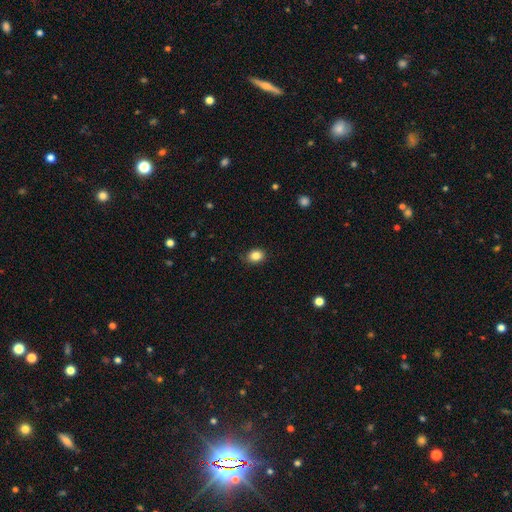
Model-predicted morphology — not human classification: Overall: smooth (86%). How rounded: in between (52%; round 47%). Merging: none (84%).